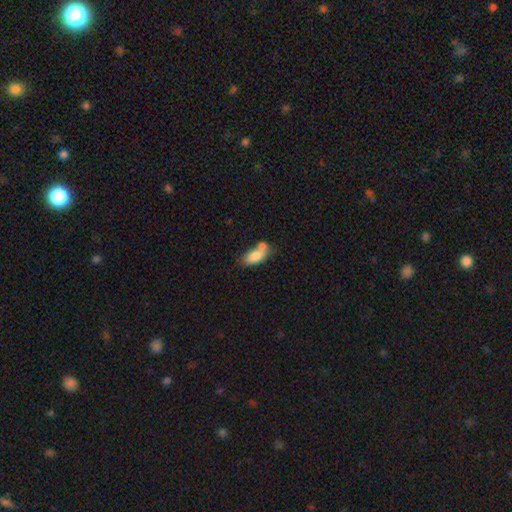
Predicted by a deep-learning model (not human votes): This appears to be a smooth galaxy with no disk features (79%) that is in between round and cigar-shaped (86%). Merging: merger (40%, tied with none).